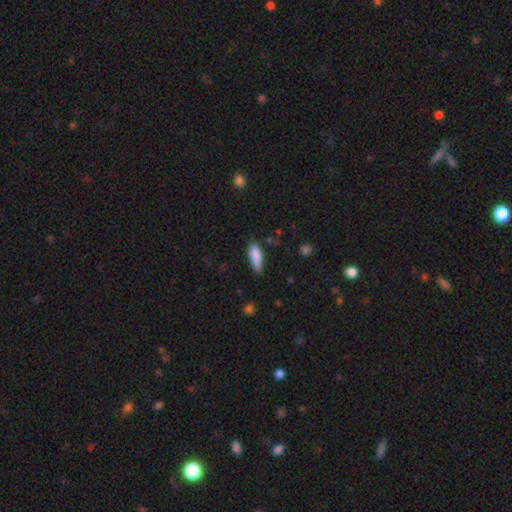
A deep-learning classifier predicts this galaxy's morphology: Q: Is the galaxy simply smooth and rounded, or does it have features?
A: smooth — 86%.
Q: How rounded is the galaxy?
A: in between — 62%.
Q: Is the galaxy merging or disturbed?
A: none — 70%.